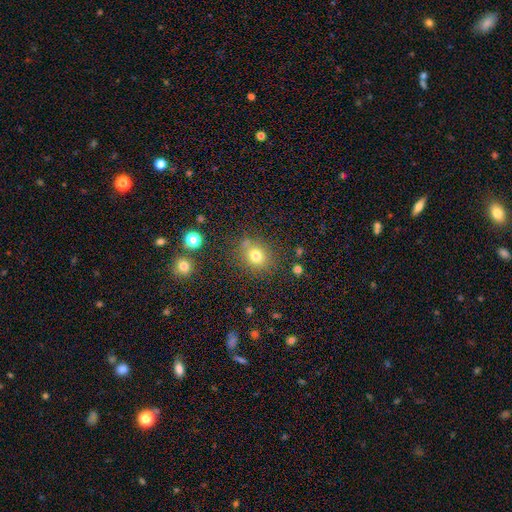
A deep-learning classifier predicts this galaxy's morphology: smooth-or-featured: smooth: 76% | star or artifact: 15% | featured or disk: 9%
  how-rounded: round: 71% | in between: 28% | cigar-shaped: 1%
  merging: none: 75% | minor disturbance: 13% | merger: 8% | major disturbance: 5%